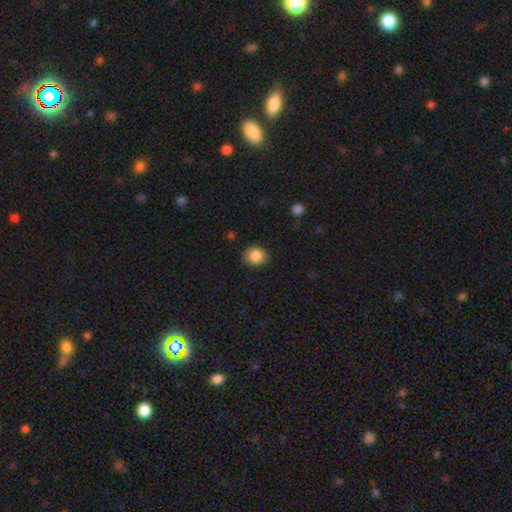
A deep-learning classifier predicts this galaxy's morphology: Overall: smooth (86%). How rounded: round (78%). Merging: none (85%).